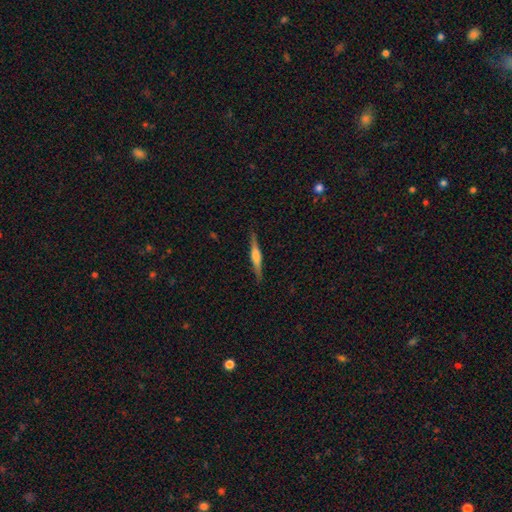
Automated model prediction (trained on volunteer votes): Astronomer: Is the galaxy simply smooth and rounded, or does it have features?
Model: featured or disk — 63%.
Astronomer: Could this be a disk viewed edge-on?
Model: yes — 97%.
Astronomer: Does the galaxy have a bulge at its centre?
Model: rounded — 59%.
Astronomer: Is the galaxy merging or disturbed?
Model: none — 89%.